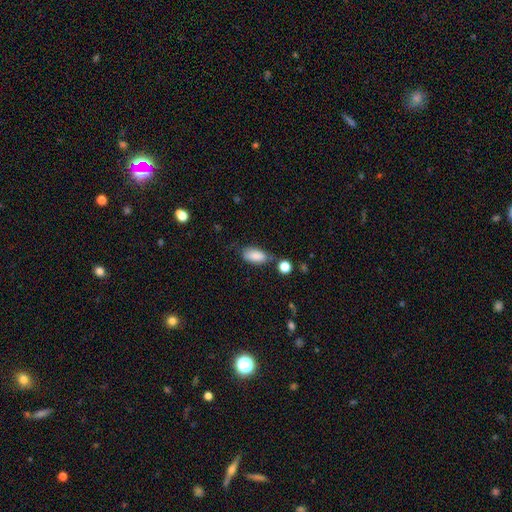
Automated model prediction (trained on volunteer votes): smooth_or_featured: smooth (p=0.84) [alt: featured or disk p=0.08]
how_rounded: in between (p=0.90) [alt: cigar-shaped p=0.06]
merging: none (p=0.58) [alt: minor disturbance p=0.26]